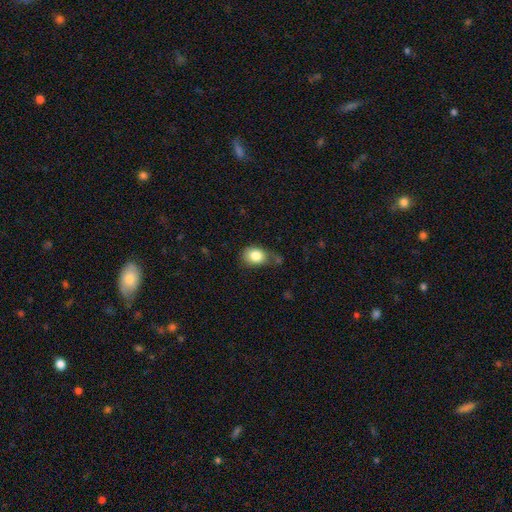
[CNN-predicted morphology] Smooth or featured? Predicted: smooth (p=0.84). How rounded? Predicted: in between (p=0.64). Merging? Predicted: none (p=0.52).